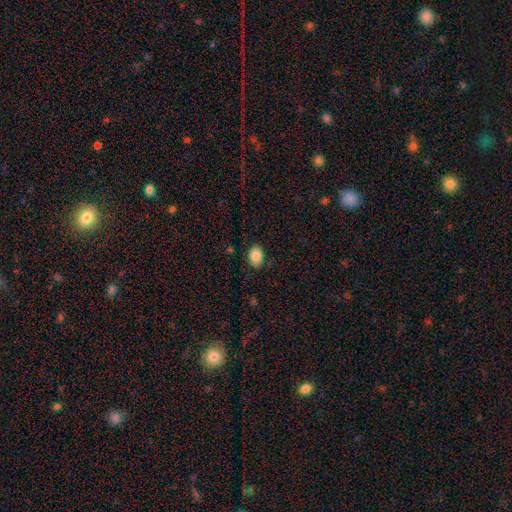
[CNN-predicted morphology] Smooth or featured? smooth (87%)
How rounded? in between (79%)
Merging? none (84%)